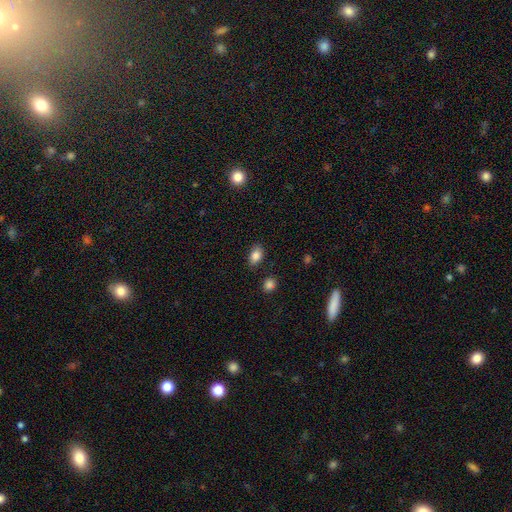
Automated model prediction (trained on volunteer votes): This appears to be a smooth galaxy with no disk features (85%) that is in between round and cigar-shaped (83%). Merging: none (83%).